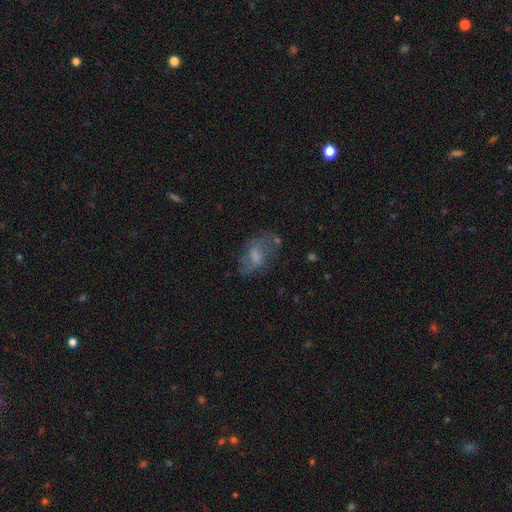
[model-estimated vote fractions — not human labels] A smooth galaxy with no disk features (45%).

Vote fractions:
- Smooth or featured? smooth: 45% / featured or disk: 44% / star or artifact: 11%
- Merging? none: 50% / major disturbance: 24% / minor disturbance: 23% / merger: 4%